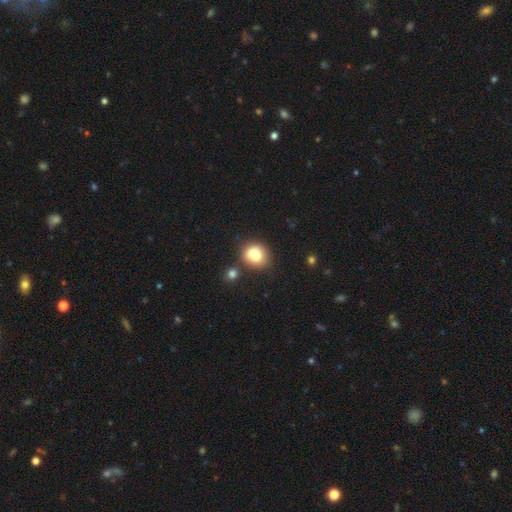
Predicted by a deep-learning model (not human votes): smooth-or-featured: smooth: 80% | featured or disk: 10% | star or artifact: 10%
  how-rounded: round: 64% | in between: 35% | cigar-shaped: 1%
  merging: none: 59% | merger: 20% | minor disturbance: 16% | major disturbance: 5%